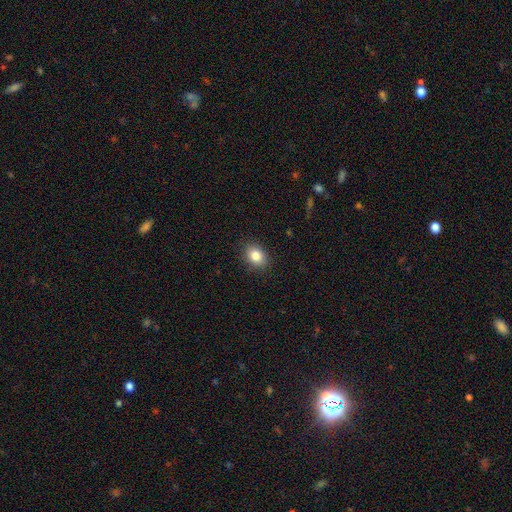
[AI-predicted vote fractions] Overall: smooth (84%). How rounded: in between (68%; round 31%). Merging: none (89%).